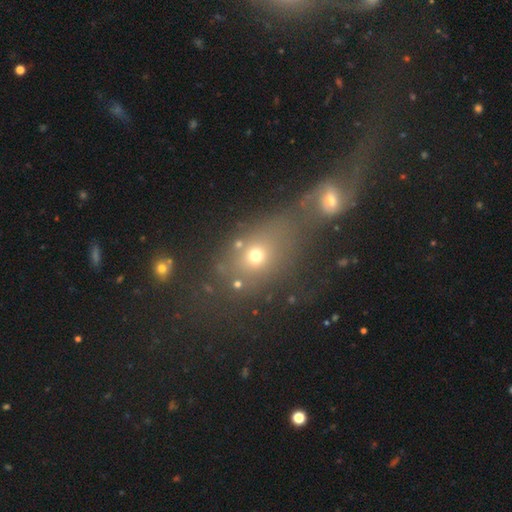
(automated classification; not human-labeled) A smooth galaxy with no disk features (62%) that is in between round and cigar-shaped (49%).

Vote fractions:
- Smooth or featured? smooth: 62% / star or artifact: 22% / featured or disk: 16%
- How rounded? in between: 49% / round: 46% / cigar-shaped: 5%
- Merging? none: 48% / merger: 27% / minor disturbance: 13% / major disturbance: 11%